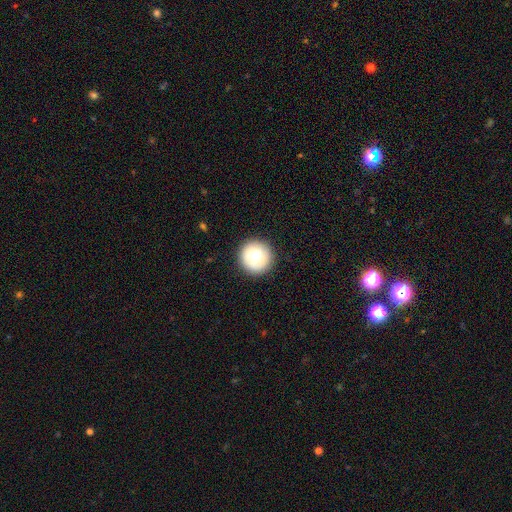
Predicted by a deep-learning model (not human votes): Morphology: type=smooth (68%); roundness=round (96%); merging=none (89%).